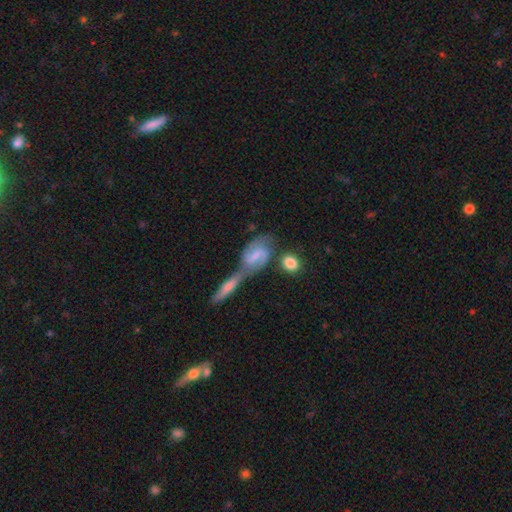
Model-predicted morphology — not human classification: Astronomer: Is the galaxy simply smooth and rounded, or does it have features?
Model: featured or disk — 71%.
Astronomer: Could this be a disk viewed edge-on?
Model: no — 93%.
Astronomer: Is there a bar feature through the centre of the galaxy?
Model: weak — 52% (runner-up: strong, 29%).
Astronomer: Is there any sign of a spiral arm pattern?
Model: yes — 92%.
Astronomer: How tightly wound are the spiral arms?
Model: medium — 50% (runner-up: loose, 31%).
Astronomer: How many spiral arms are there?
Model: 2 — 88%.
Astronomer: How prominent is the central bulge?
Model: small — 44% (runner-up: none, 27%).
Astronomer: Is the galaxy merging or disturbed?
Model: merger — 44% (runner-up: none, 39%).